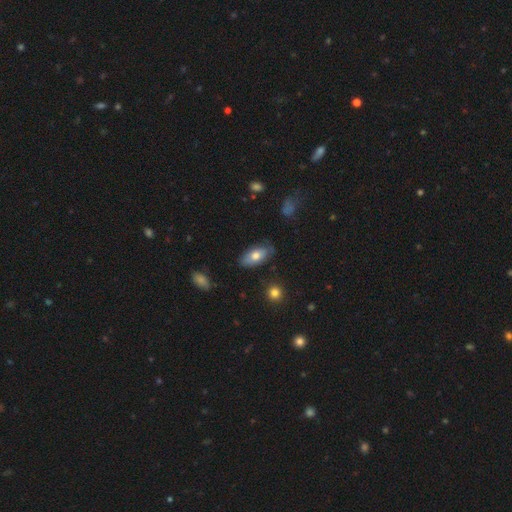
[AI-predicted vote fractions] Q: Smooth or featured?
A: smooth (69%); runner-up: featured or disk (24%)
Q: How rounded?
A: in between (90%); runner-up: cigar-shaped (7%)
Q: Merging?
A: none (78%); runner-up: minor disturbance (17%)